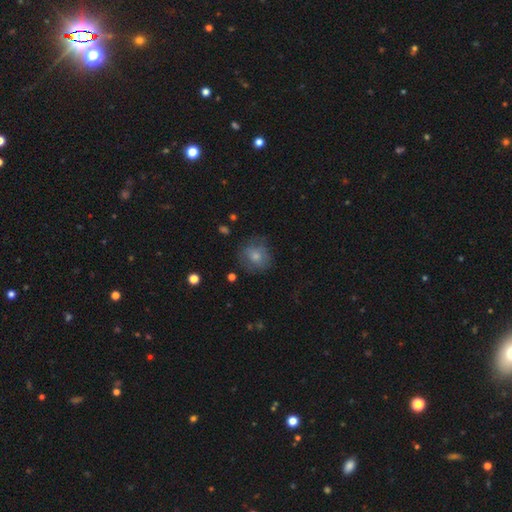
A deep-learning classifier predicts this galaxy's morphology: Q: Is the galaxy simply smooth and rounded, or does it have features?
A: smooth — 71%.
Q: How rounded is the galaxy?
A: round — 79%.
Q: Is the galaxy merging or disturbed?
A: none — 64%.